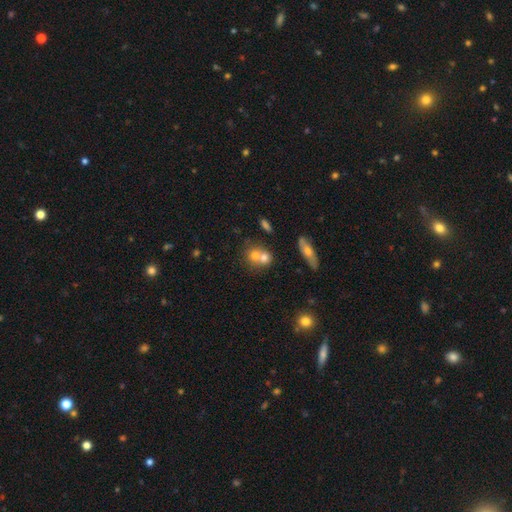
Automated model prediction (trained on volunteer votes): This is likely a smooth galaxy (66%). How rounded: likely round (71%). Merging: possibly merger (59%).